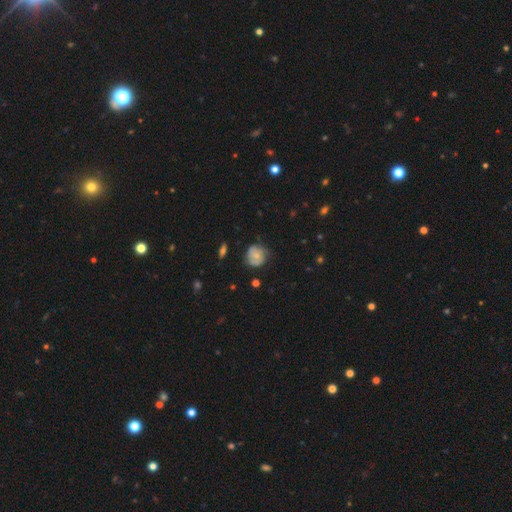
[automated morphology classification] type=smooth (50%); roundness=round (78%); merging=none (59%).